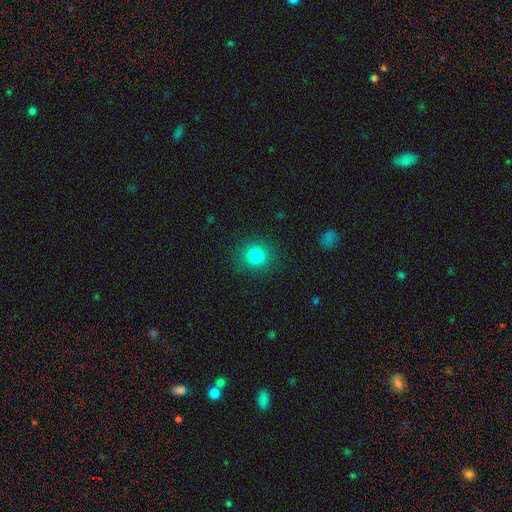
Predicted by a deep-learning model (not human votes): Smooth or featured? Predicted: smooth (p=0.83). How rounded? Predicted: round (p=0.90). Merging? Predicted: none (p=0.89).